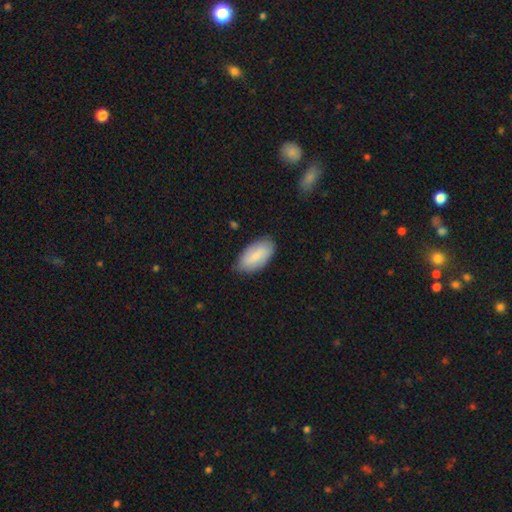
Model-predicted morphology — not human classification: Smooth or featured? Predicted: smooth (p=0.81). How rounded? Predicted: in between (p=0.93). Merging? Predicted: none (p=0.77).